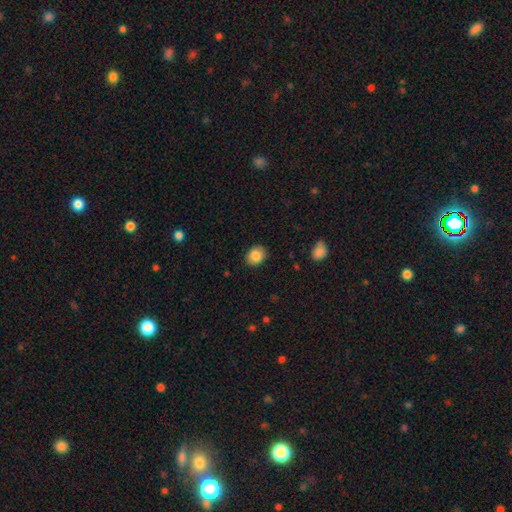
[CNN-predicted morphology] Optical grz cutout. It shows a smooth galaxy with no disk features (86%) that is round (53%). Merging: none (87%).